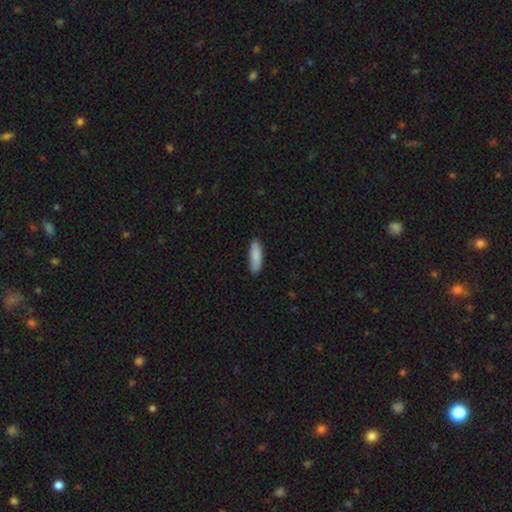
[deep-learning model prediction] Smooth or featured? smooth (88%)
How rounded? cigar-shaped (50%)
Merging? none (86%)